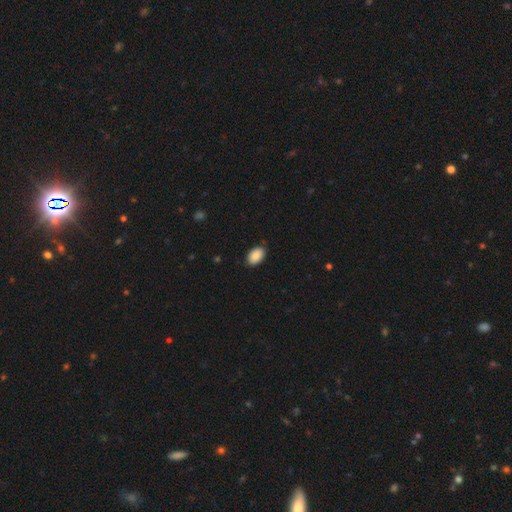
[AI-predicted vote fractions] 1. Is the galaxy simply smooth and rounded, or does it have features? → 89% smooth, 7% star or artifact, 4% featured or disk.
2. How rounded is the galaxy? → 91% in between, 8% round, 1% cigar-shaped.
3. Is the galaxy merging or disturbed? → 85% none, 12% minor disturbance, 2% major disturbance, 1% merger.